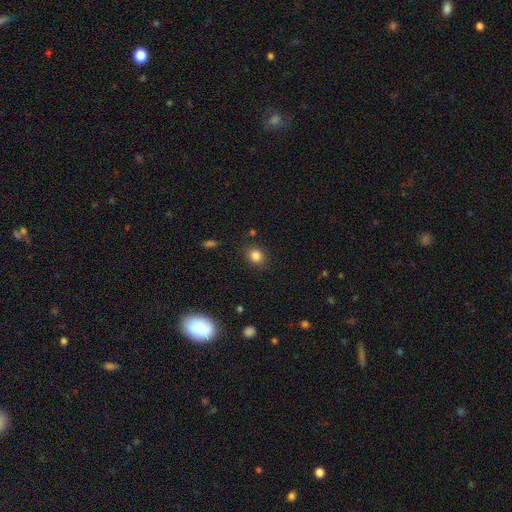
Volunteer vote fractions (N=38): smooth_or_featured: smooth (p=0.95) [alt: featured or disk p=0.03]
how_rounded: round (p=0.64) [alt: in between p=0.33]
merging: none (p=0.84) [alt: minor disturbance p=0.08]